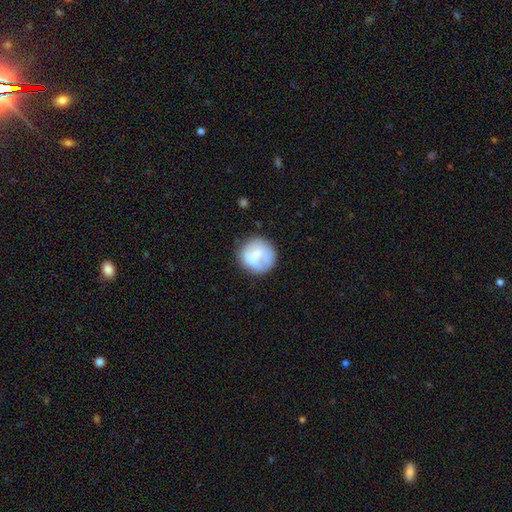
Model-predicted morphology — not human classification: A smooth galaxy with no disk features (52%) that is round (91%). Merging: none (70%).